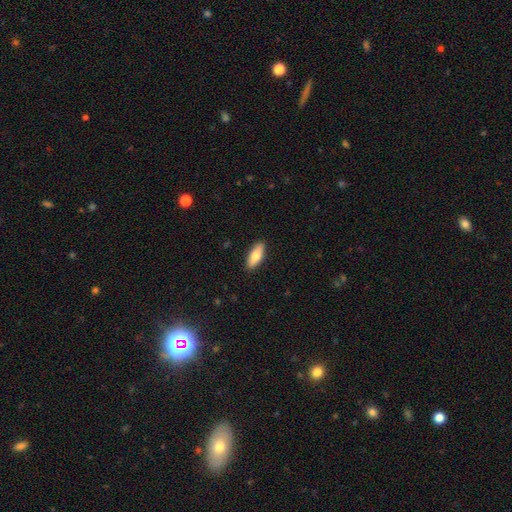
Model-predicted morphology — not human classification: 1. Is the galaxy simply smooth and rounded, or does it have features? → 77% smooth, 18% featured or disk, 6% star or artifact.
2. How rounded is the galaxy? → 68% in between, 29% cigar-shaped, 2% round.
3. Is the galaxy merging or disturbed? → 90% none, 8% minor disturbance, 2% major disturbance, 1% merger.